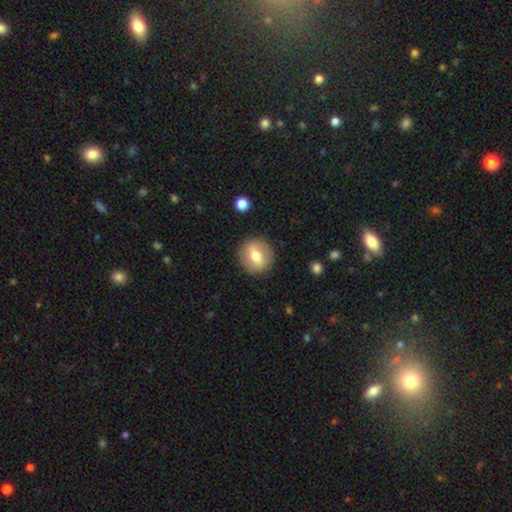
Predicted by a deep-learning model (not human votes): Q: Smooth or featured?
A: smooth (60%); runner-up: featured or disk (33%)
Q: How rounded?
A: round (86%); runner-up: in between (13%)
Q: Merging?
A: none (88%); runner-up: minor disturbance (8%)